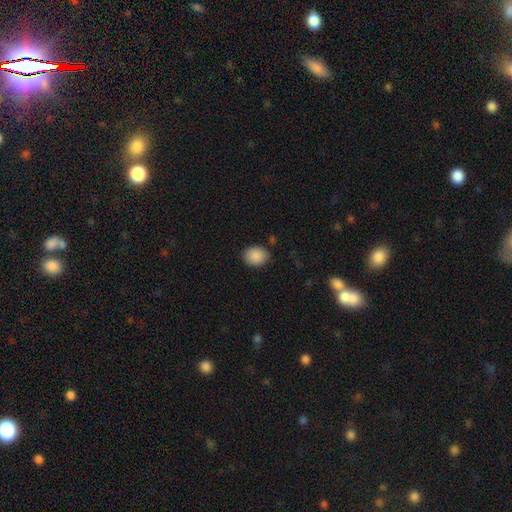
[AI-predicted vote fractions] This appears to be a smooth galaxy with no disk features (89%) that is round (53%). Merging: none (87%).